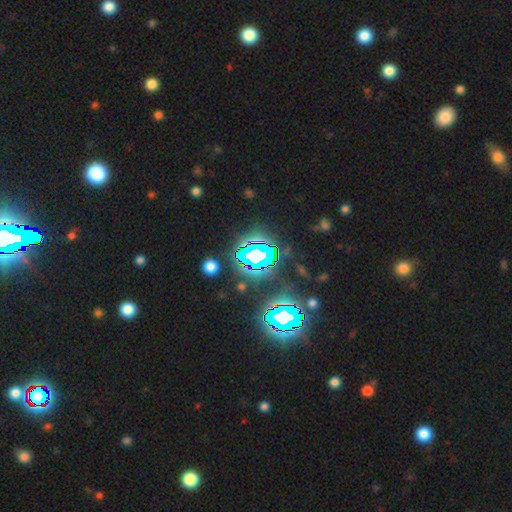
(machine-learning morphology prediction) Smooth or featured?
  - star or artifact: 73% *
  - smooth: 15%
  - featured or disk: 12%